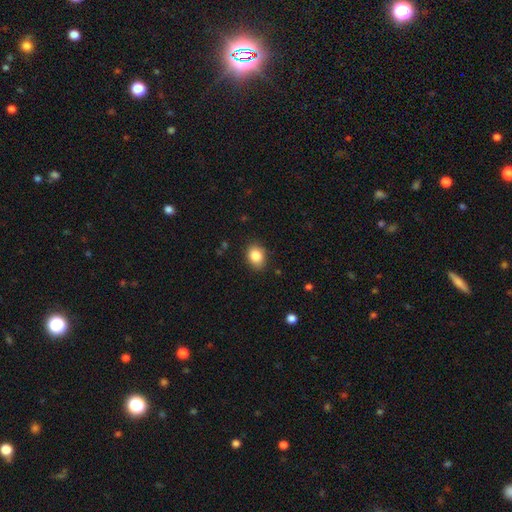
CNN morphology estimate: A smooth galaxy with no disk features (86%) that is in between round and cigar-shaped (57%). Merging: none (85%).